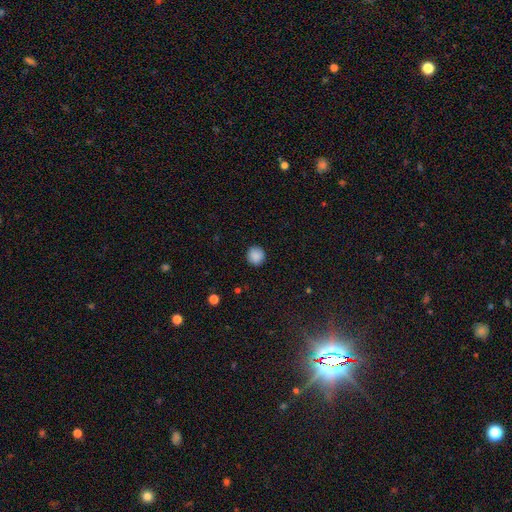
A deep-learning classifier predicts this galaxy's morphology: Q: Smooth or featured?
A: smooth (88%); runner-up: star or artifact (9%)
Q: How rounded?
A: round (93%); runner-up: in between (6%)
Q: Merging?
A: none (91%); runner-up: minor disturbance (6%)